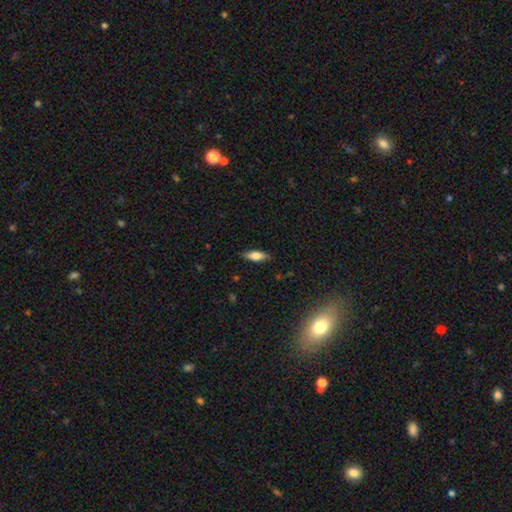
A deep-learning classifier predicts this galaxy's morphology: Smooth or featured: smooth — 70% (featured or disk — 23%)
How rounded: in between — 63% (cigar-shaped — 35%)
Merging: none — 85% (minor disturbance — 11%)